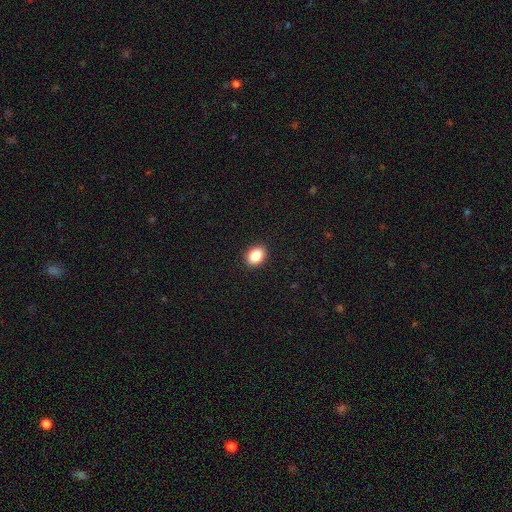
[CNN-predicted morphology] Overall: smooth (87%). How rounded: in between (69%; round 30%). Merging: none (91%).